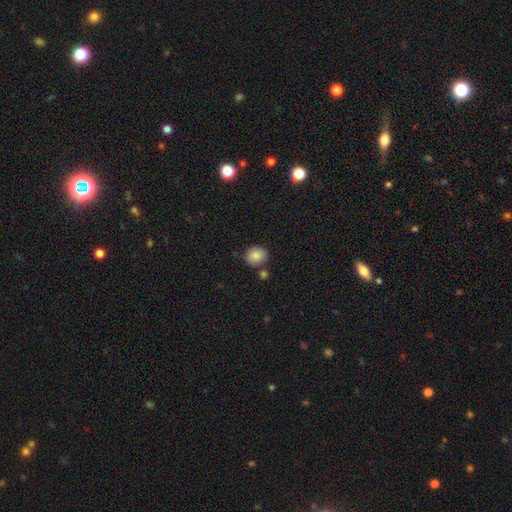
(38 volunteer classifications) Morphology: type=smooth (89%); roundness=round (62%); merging=none (89%).